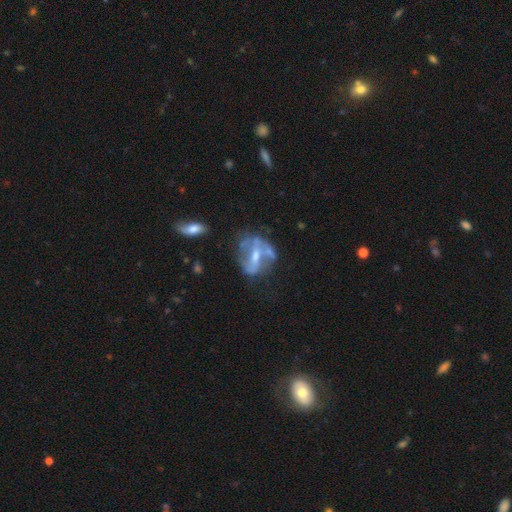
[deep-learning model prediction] smooth_or_featured: featured or disk (p=0.70) [alt: smooth p=0.21]
disk_edge_on: no (p=0.94) [alt: yes p=0.06]
bar: weak (p=0.37) [alt: strong p=0.32]
has_spiral_arms: no (p=0.53) [alt: yes p=0.47]
bulge_size: moderate (p=0.49) [alt: small p=0.39]
merging: none (p=0.41) [alt: major disturbance p=0.23]